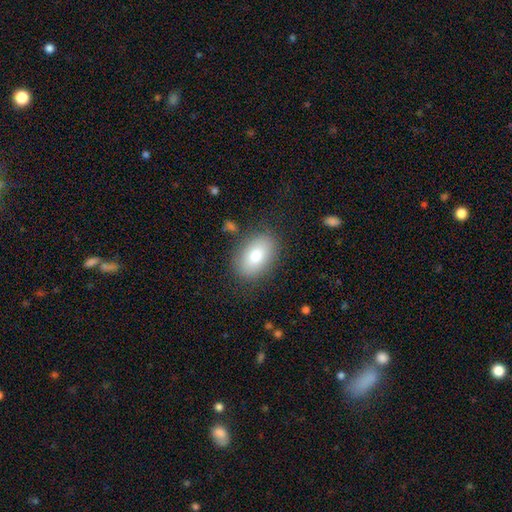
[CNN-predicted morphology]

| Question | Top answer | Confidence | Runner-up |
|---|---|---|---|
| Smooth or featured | smooth | 79% | featured or disk (14%) |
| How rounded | in between | 89% | round (9%) |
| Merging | none | 83% | minor disturbance (11%) |